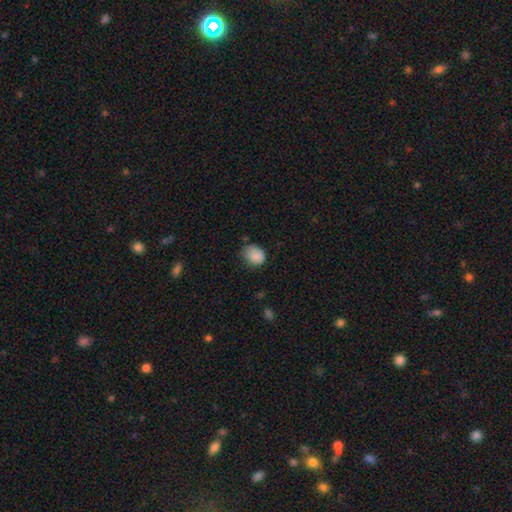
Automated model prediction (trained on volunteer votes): Smooth or featured? Predicted: smooth (p=0.87). How rounded? Predicted: in between (p=0.51). Merging? Predicted: none (p=0.56).